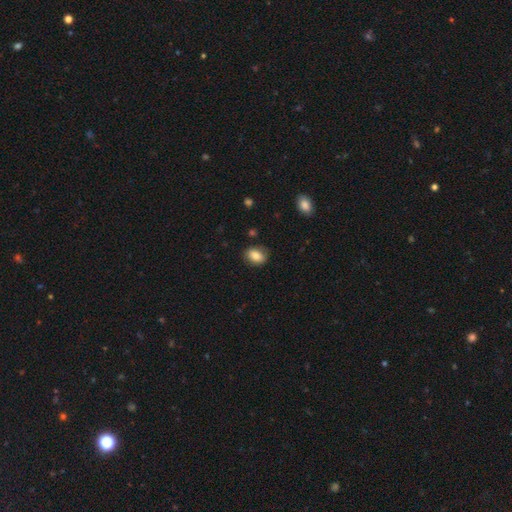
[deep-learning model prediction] Smooth or featured? smooth (81%)
How rounded? in between (70%)
Merging? none (81%)